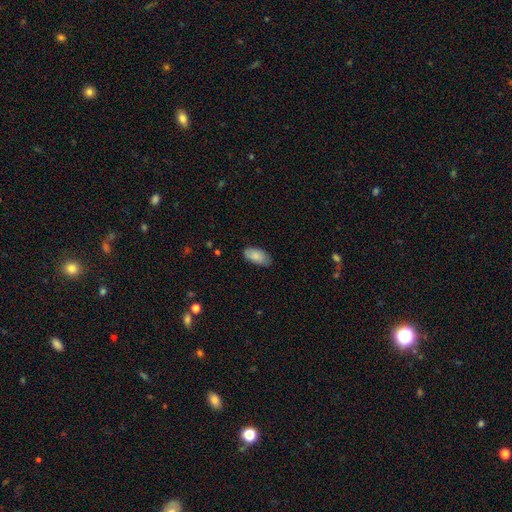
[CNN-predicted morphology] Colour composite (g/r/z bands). It shows a smooth galaxy with no disk features (84%) that is in between round and cigar-shaped (94%). Merging: none (80%).